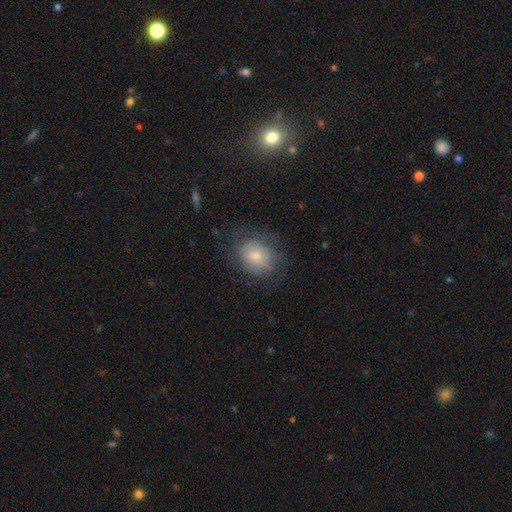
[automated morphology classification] smooth-or-featured: smooth: 63% | featured or disk: 28% | star or artifact: 9%
  how-rounded: round: 54% | in between: 45% | cigar-shaped: 1%
  merging: none: 63% | minor disturbance: 21% | major disturbance: 14% | merger: 1%